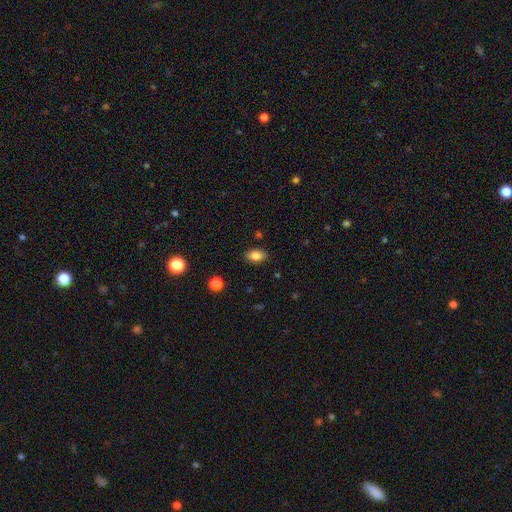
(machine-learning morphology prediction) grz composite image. It shows a smooth galaxy with no disk features (84%) that is in between round and cigar-shaped (87%). Merging: none (86%).